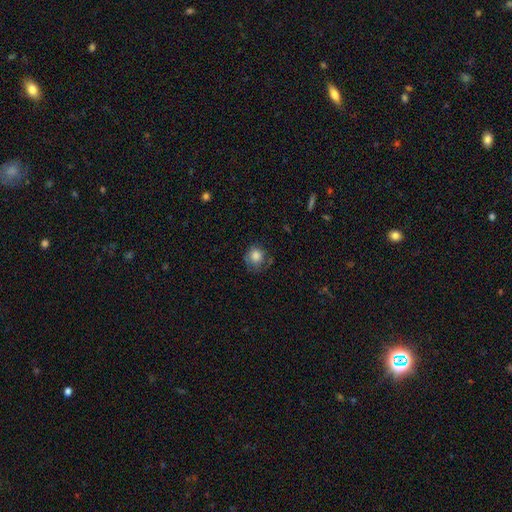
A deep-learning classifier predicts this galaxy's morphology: type=smooth (79%); roundness=round (81%); merging=none (61%).